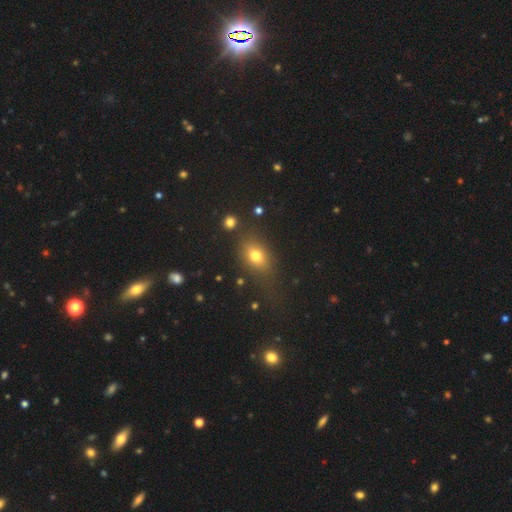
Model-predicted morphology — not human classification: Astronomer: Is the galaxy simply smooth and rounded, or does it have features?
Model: smooth — 75%.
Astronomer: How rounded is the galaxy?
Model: in between — 68%.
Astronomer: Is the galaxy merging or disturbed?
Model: none — 71%.